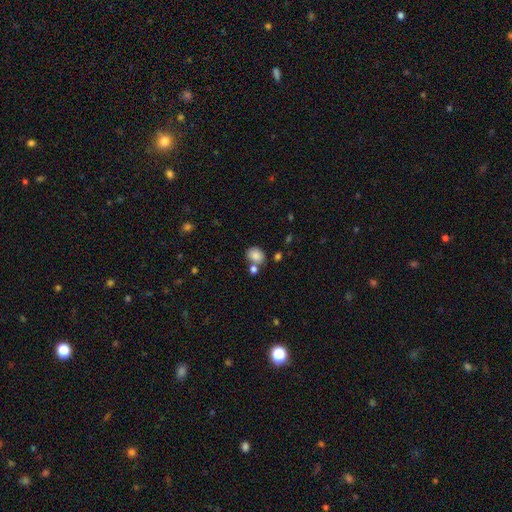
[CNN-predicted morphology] This appears to be a smooth galaxy with no disk features (84%) that is in between round and cigar-shaped (56%). Merging: none (62%).